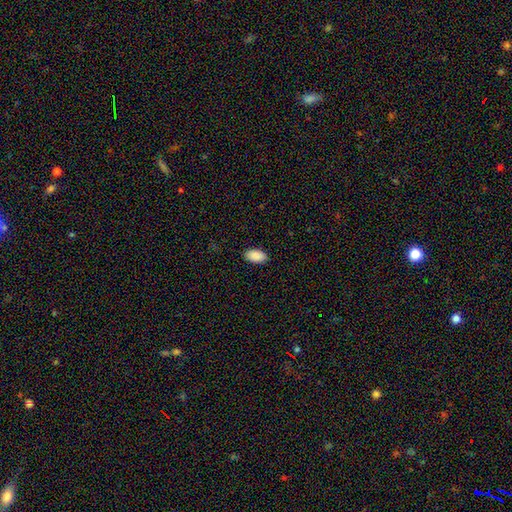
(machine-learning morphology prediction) A smooth galaxy with no disk features (91%) that is in between round and cigar-shaped (95%).

Vote fractions:
- Smooth or featured? smooth: 91% / star or artifact: 7% / featured or disk: 3%
- How rounded? in between: 95% / round: 3% / cigar-shaped: 2%
- Merging? none: 89% / minor disturbance: 8% / major disturbance: 2% / merger: 1%